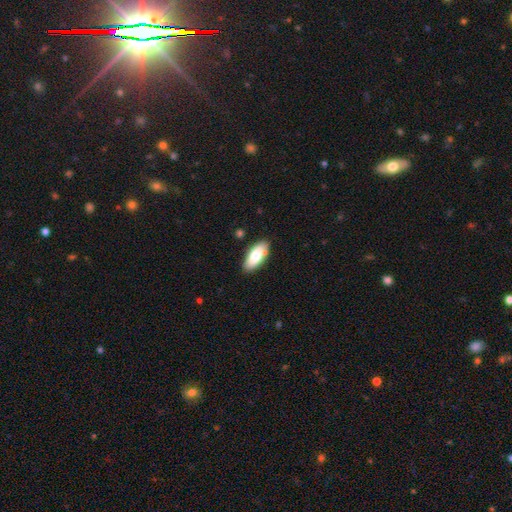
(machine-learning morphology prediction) Smooth or featured: smooth — 75% (featured or disk — 18%)
How rounded: in between — 84% (cigar-shaped — 14%)
Merging: none — 81% (minor disturbance — 13%)